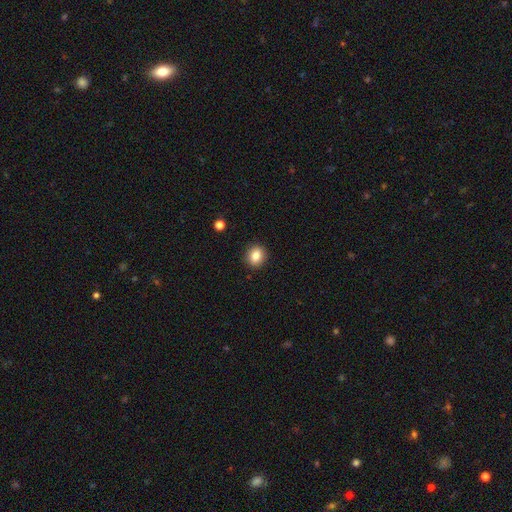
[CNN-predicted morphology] Smooth or featured? Predicted: smooth (p=0.84). How rounded? Predicted: round (p=0.72). Merging? Predicted: none (p=0.91).